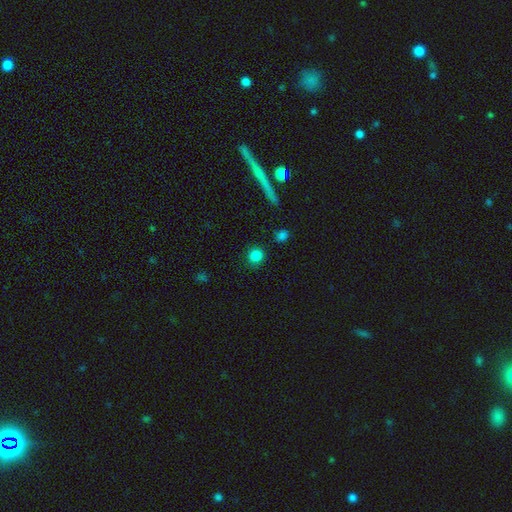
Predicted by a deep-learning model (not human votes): smooth-or-featured: smooth: 85% | star or artifact: 11% | featured or disk: 4%
  how-rounded: round: 90% | in between: 8% | cigar-shaped: 1%
  merging: none: 89% | minor disturbance: 7% | major disturbance: 2% | merger: 2%